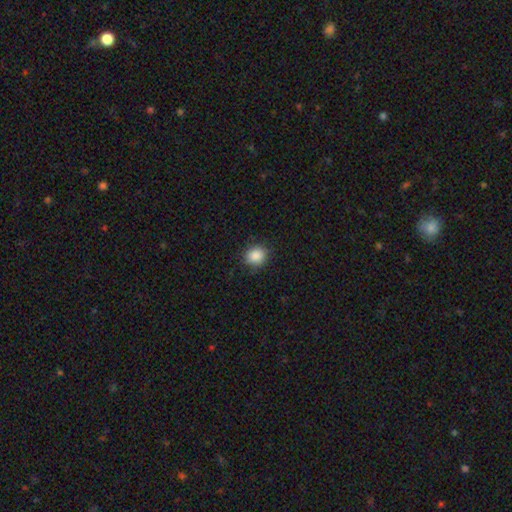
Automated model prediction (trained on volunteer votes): Q: Smooth or featured?
A: smooth (88%); runner-up: star or artifact (9%)
Q: How rounded?
A: round (75%); runner-up: in between (24%)
Q: Merging?
A: none (86%); runner-up: minor disturbance (10%)